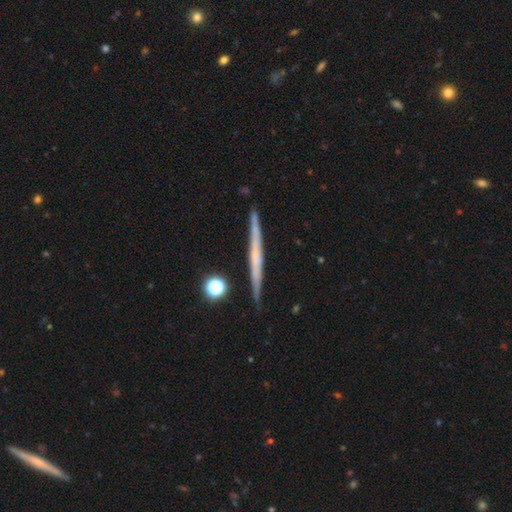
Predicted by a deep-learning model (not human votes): Smooth or featured? featured or disk (60%)
Edge-on disk? yes (97%)
Edge-on bulge? none (81%)
Merging? none (88%)